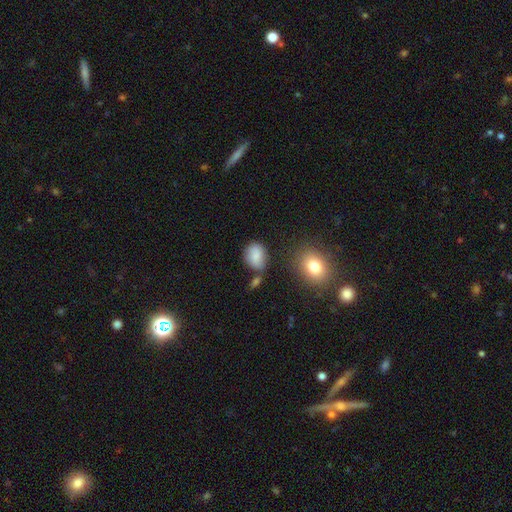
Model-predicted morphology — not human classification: Smooth or featured? Predicted: smooth (p=0.82). How rounded? Predicted: in between (p=0.64). Merging? Predicted: none (p=0.61).